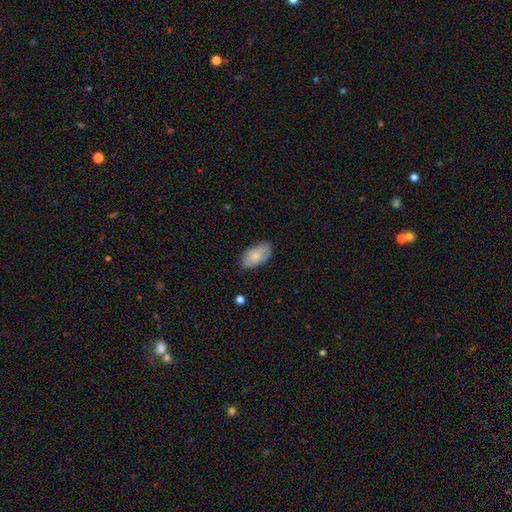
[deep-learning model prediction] smooth 79%, featured or disk 15%, star or artifact 6%. Down the decision tree: how rounded — in between (95%); merging — none (80%).